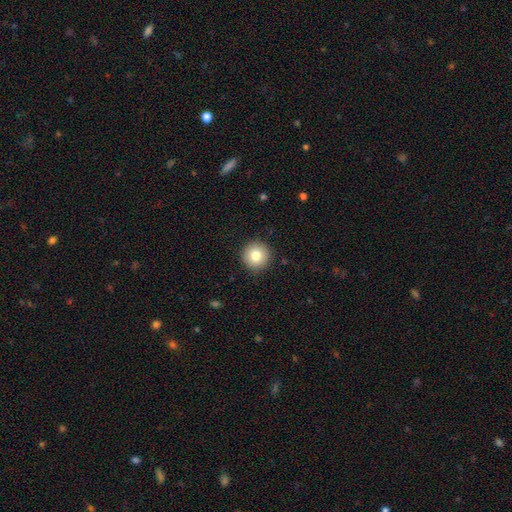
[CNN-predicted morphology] type=smooth (81%); roundness=round (96%); merging=none (91%).